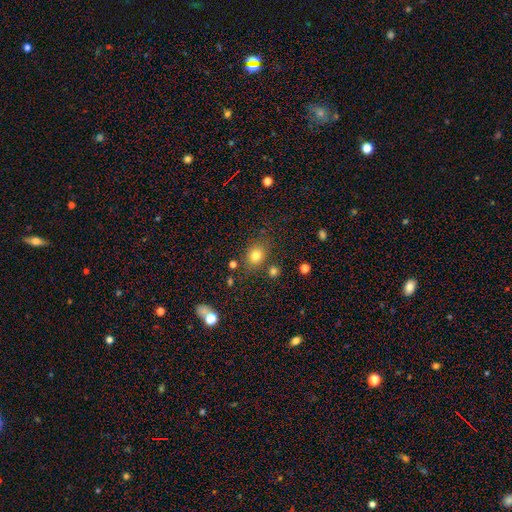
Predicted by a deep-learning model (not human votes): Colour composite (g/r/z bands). It shows a smooth galaxy with no disk features (79%) that is round (55%). Merging: none (76%).